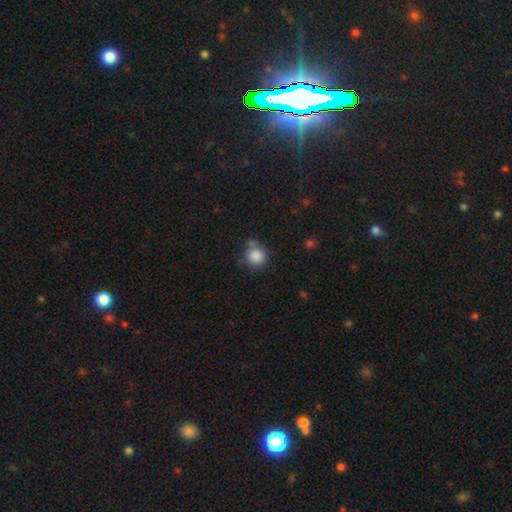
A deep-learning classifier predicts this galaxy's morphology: type=smooth (86%); roundness=round (88%); merging=none (63%).